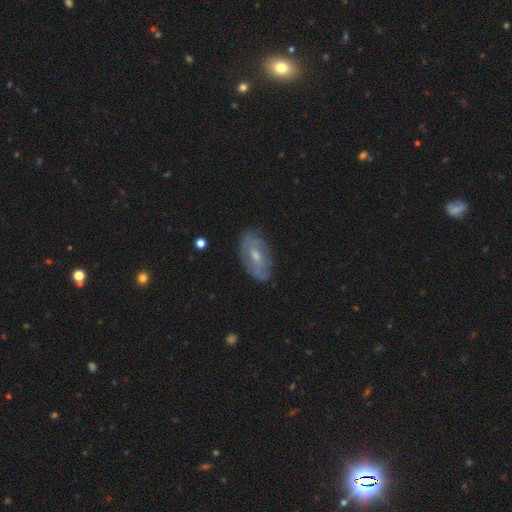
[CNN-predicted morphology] This is possibly a featured or disk galaxy (59%). It is clearly not viewed edge-on (89%). Bar: possibly no (50%). Spiral arm pattern: possibly yes (58%). Central bulge: possibly moderate (51%). Merging: likely none (76%).